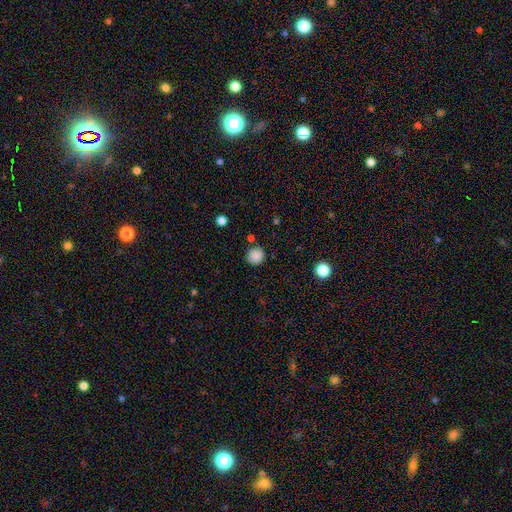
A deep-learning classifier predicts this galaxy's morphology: smooth 86%, star or artifact 10%, featured or disk 3%. Down the decision tree: how rounded — round (90%); merging — none (83%).